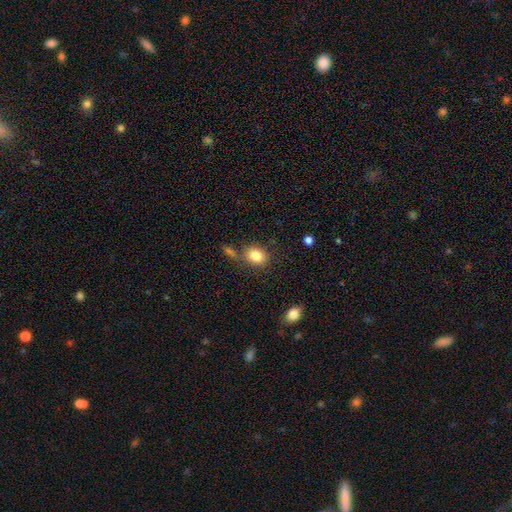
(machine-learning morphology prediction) Q: Smooth or featured?
A: smooth (83%); runner-up: star or artifact (9%)
Q: How rounded?
A: in between (50%); runner-up: round (49%)
Q: Merging?
A: none (69%); runner-up: minor disturbance (13%)